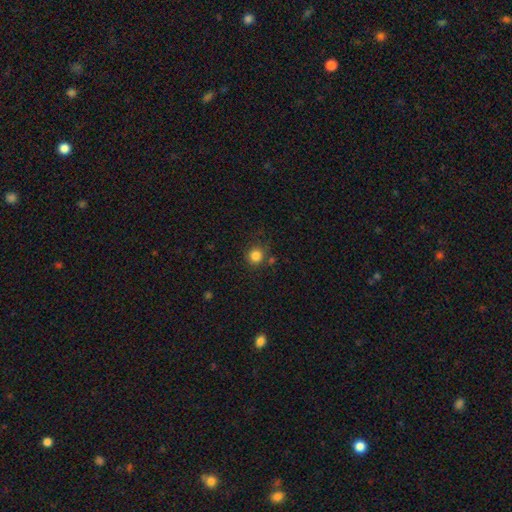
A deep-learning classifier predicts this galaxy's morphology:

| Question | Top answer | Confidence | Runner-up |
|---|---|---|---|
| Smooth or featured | smooth | 84% | star or artifact (12%) |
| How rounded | round | 92% | in between (7%) |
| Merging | none | 79% | minor disturbance (11%) |